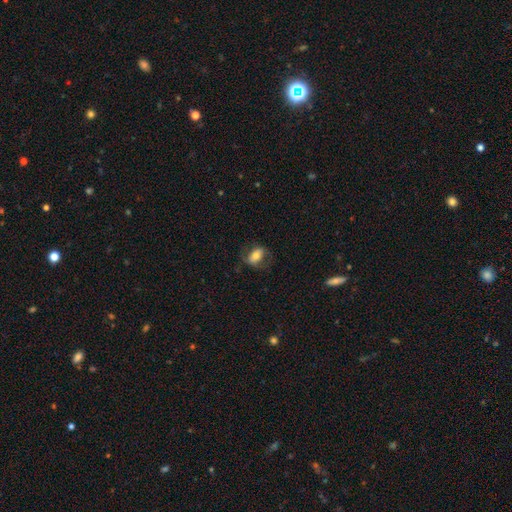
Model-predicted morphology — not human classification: Smooth or featured: smooth — 59% (featured or disk — 33%)
How rounded: in between — 82% (round — 15%)
Merging: none — 64% (minor disturbance — 19%)